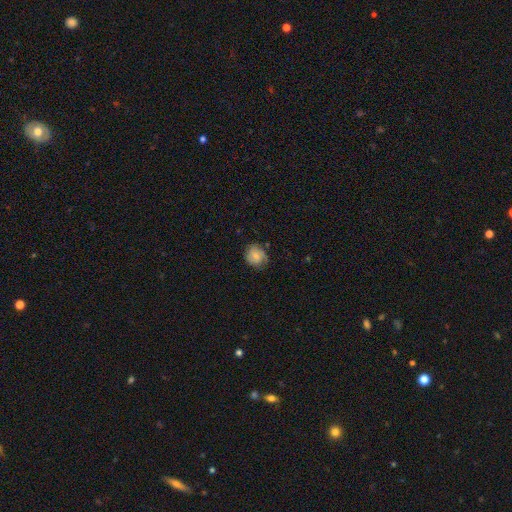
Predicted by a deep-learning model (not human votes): Smooth or featured?
  - smooth: 49% *
  - featured or disk: 43%
  - star or artifact: 8%
Merging?
  - none: 70% *
  - minor disturbance: 22%
  - major disturbance: 7%
  - merger: 1%